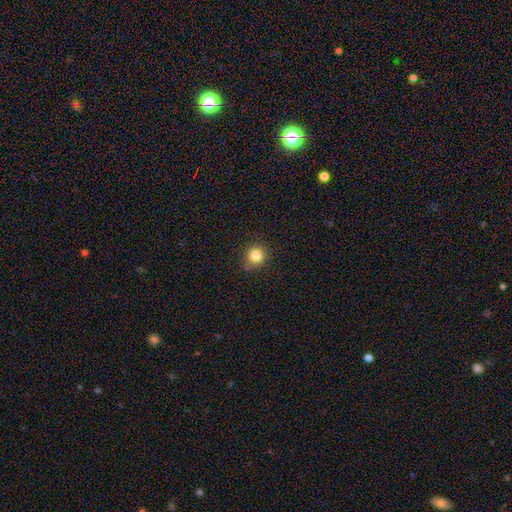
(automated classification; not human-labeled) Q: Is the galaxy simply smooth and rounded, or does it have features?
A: smooth — 83%.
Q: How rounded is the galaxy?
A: round — 90%.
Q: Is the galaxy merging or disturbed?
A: none — 79%.